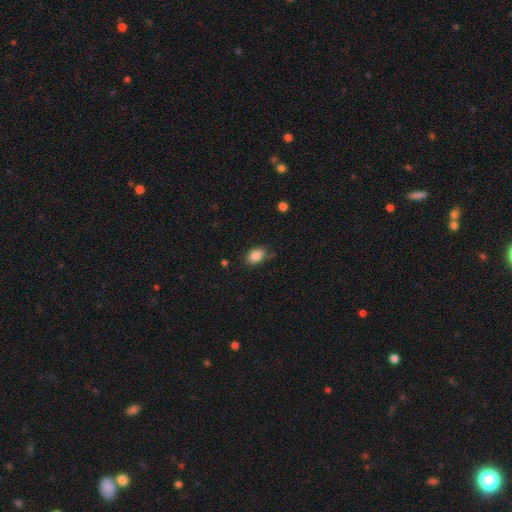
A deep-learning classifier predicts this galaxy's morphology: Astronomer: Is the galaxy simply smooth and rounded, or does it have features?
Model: smooth — 85%.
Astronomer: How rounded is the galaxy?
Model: in between — 85%.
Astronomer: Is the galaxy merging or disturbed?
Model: none — 78%.